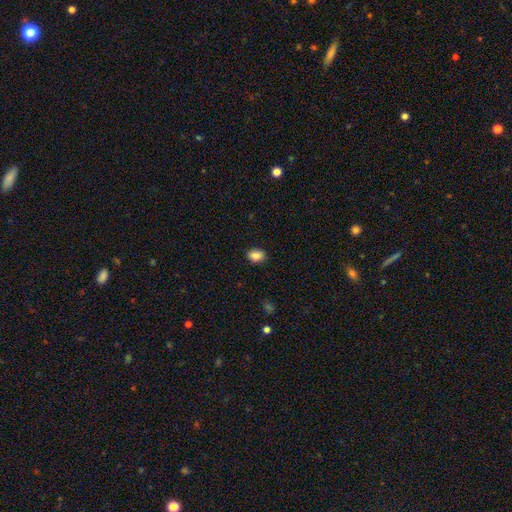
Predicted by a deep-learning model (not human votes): smooth-or-featured: smooth: 86% | star or artifact: 9% | featured or disk: 5%
  how-rounded: in between: 75% | round: 24% | cigar-shaped: 1%
  merging: none: 88% | minor disturbance: 9% | major disturbance: 2% | merger: 1%